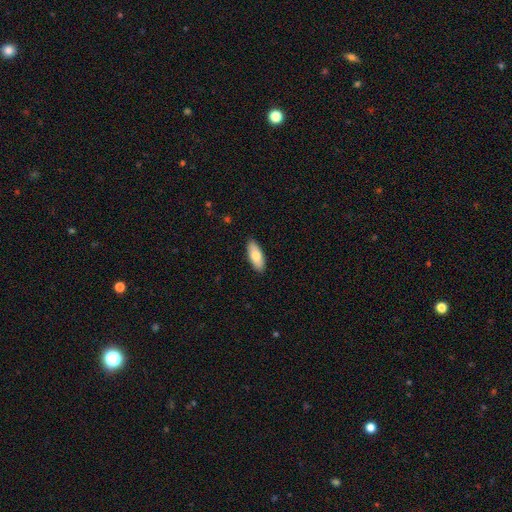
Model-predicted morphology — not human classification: Smooth or featured? Predicted: smooth (p=0.77). How rounded? Predicted: in between (p=0.76). Merging? Predicted: none (p=0.90).